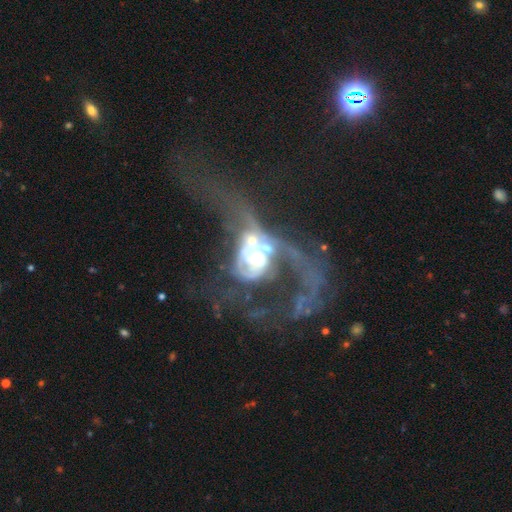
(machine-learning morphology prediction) Overall: featured or disk (79%). Edge-on disk: no (97%). Bar: no (74%). Spiral arms: yes (68%; no 32%). Spiral arm count: 2 (37%; can't tell 31%). Spiral winding: loose (49%; medium 32%). Bulge size: moderate (60%). Merging: merger (57%; major disturbance 31%).